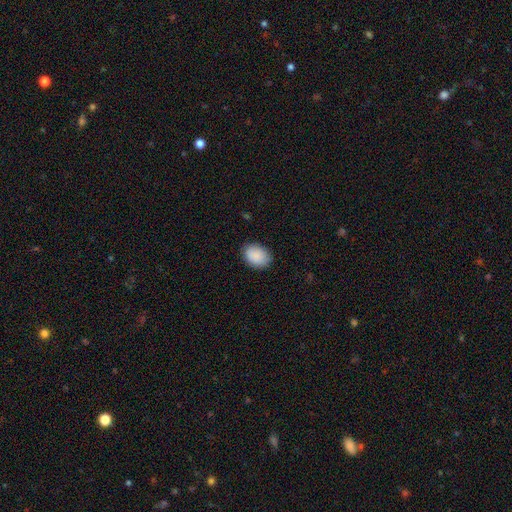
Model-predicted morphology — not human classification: A smooth galaxy with no disk features (90%) that is in between round and cigar-shaped (76%).

Vote fractions:
- Smooth or featured? smooth: 90% / star or artifact: 6% / featured or disk: 3%
- How rounded? in between: 76% / round: 23% / cigar-shaped: 1%
- Merging? none: 86% / minor disturbance: 11% / major disturbance: 2% / merger: 1%